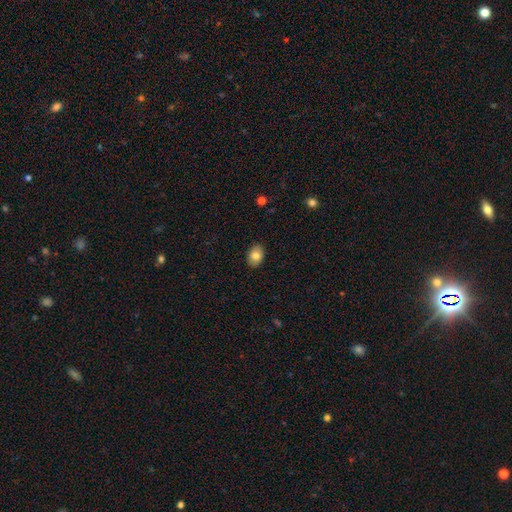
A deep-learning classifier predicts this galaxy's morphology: type=smooth (82%); roundness=in between (80%); merging=none (88%).